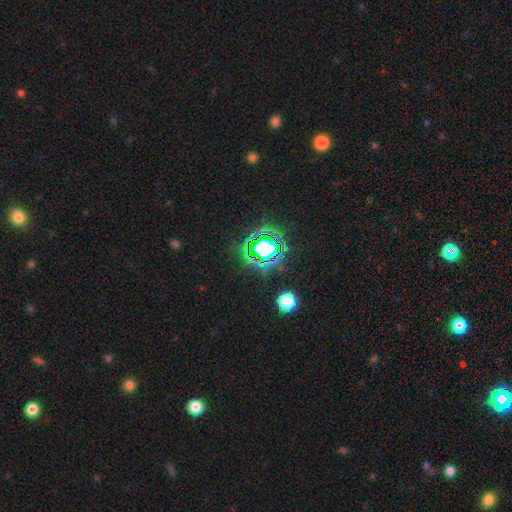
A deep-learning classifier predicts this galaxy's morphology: smooth-or-featured: star or artifact: 79% | smooth: 14% | featured or disk: 7%